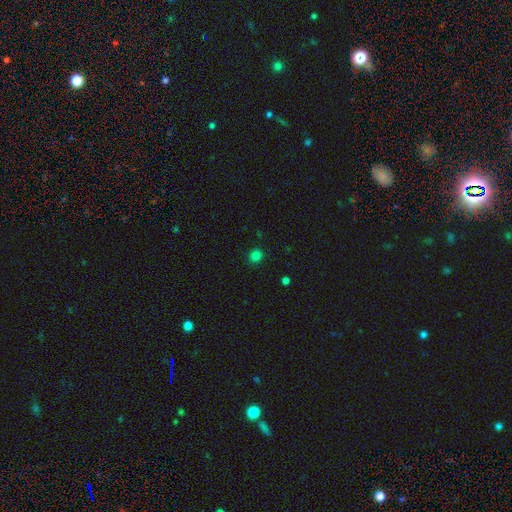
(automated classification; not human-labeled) smooth_or_featured: smooth (p=0.81) [alt: star or artifact p=0.15]
how_rounded: round (p=0.85) [alt: in between p=0.14]
merging: none (p=0.91) [alt: minor disturbance p=0.06]